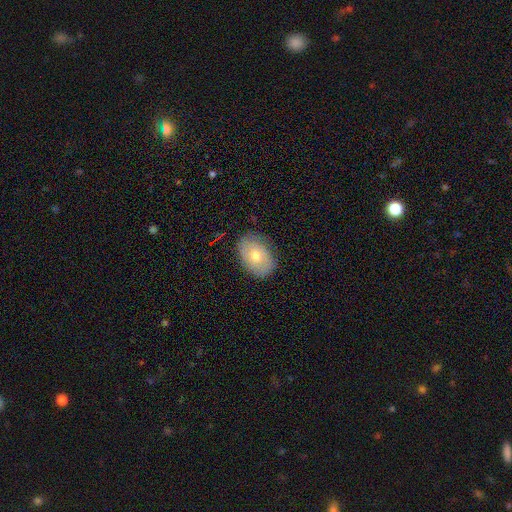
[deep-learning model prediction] A smooth galaxy with no disk features (61%) that is in between round and cigar-shaped (82%). Merging: none (81%).